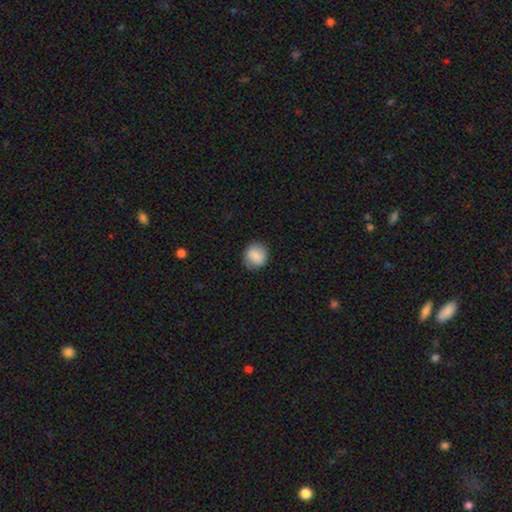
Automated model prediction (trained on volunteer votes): The model was most divided on "merging": none: 83%, minor disturbance: 13%, major disturbance: 3%, merger: 1%. More confident: how rounded — round (86%); smooth or featured — smooth (84%).